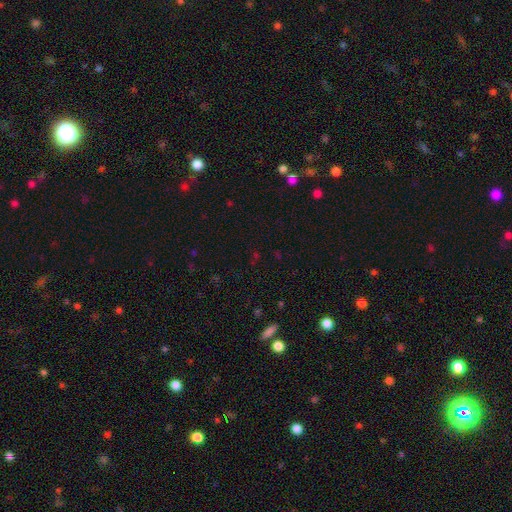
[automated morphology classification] A star or artifact, not a galaxy (63%).